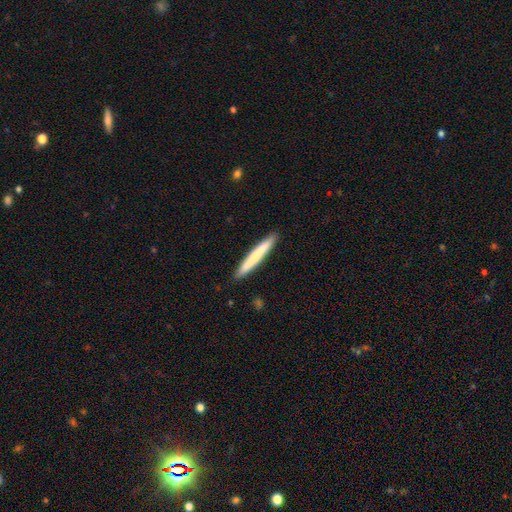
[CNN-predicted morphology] Q: Smooth or featured?
A: smooth (72%); runner-up: featured or disk (23%)
Q: How rounded?
A: cigar-shaped (97%); runner-up: in between (2%)
Q: Merging?
A: none (91%); runner-up: minor disturbance (6%)